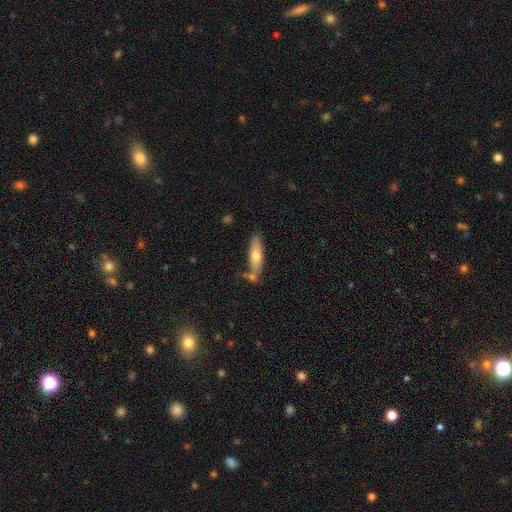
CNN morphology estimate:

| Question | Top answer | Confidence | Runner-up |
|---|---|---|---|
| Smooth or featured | smooth | 65% | featured or disk (29%) |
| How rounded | cigar-shaped | 54% | in between (44%) |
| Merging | none | 61% | minor disturbance (18%) |